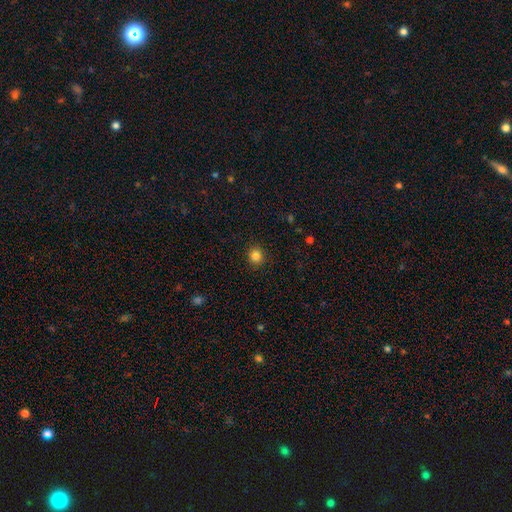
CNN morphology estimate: Smooth or featured: smooth — 84% (star or artifact — 12%)
How rounded: round — 88% (in between — 12%)
Merging: none — 91% (minor disturbance — 6%)